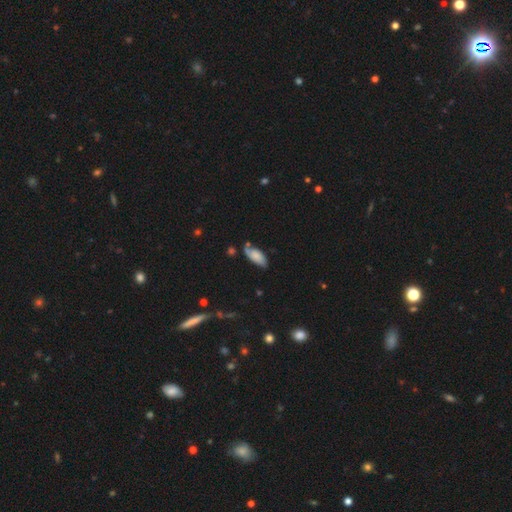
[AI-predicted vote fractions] Smooth or featured? Predicted: smooth (p=0.67). How rounded? Predicted: in between (p=0.85). Merging? Predicted: none (p=0.58).